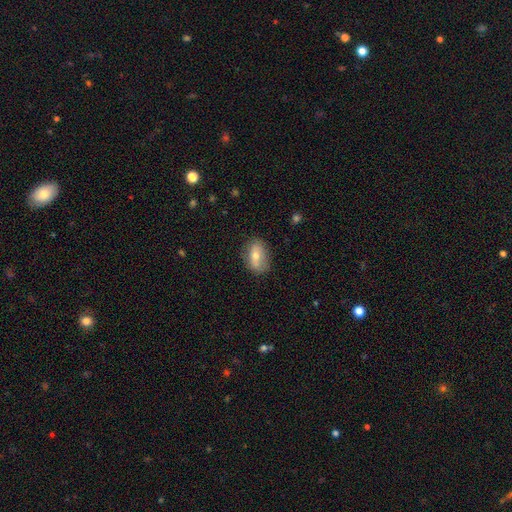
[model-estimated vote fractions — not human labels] Smooth or featured? smooth (62%)
How rounded? in between (83%)
Merging? none (77%)